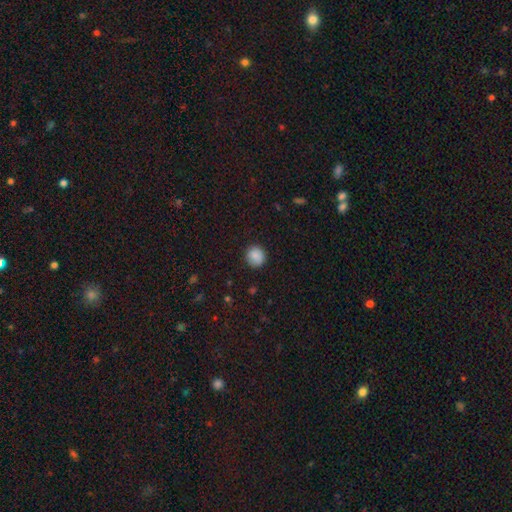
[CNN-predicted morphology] Q: Smooth or featured?
A: smooth (87%); runner-up: star or artifact (9%)
Q: How rounded?
A: round (90%); runner-up: in between (9%)
Q: Merging?
A: none (87%); runner-up: minor disturbance (9%)